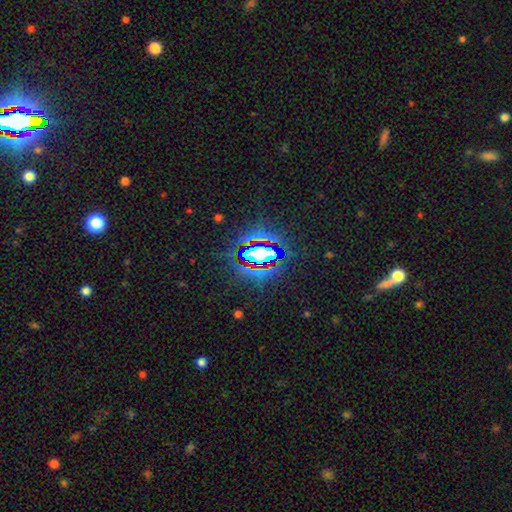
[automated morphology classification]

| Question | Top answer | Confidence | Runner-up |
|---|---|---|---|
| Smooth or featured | star or artifact | 72% | smooth (16%) |